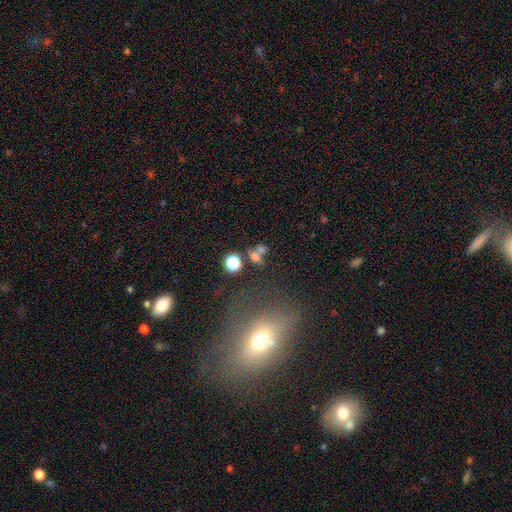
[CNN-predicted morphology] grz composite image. It shows a smooth galaxy with no disk features (65%) that is round (51%). Merging: merger (44%).